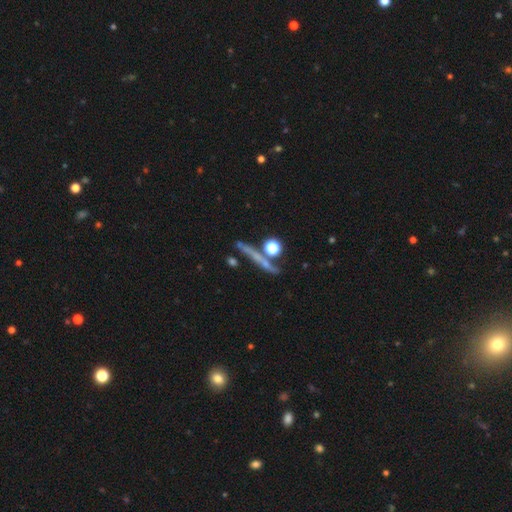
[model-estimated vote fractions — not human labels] Smooth or featured? Predicted: featured or disk (p=0.45). Merging? Predicted: none (p=0.72).